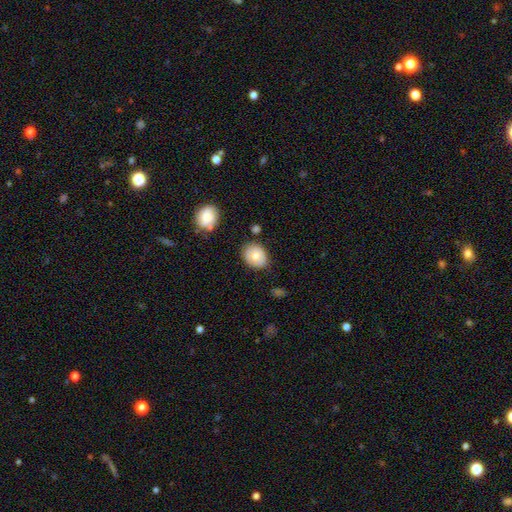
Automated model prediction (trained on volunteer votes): Overall: smooth (72%). How rounded: round (52%; in between 47%). Merging: none (78%).